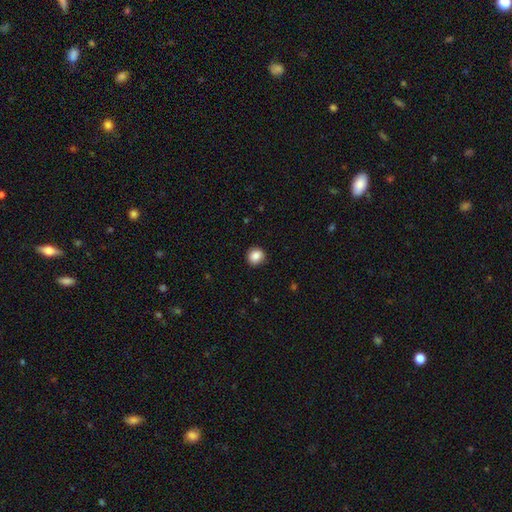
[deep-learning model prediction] The model was most divided on "how rounded": round: 86%, in between: 13%, cigar-shaped: 1%. More confident: merging — none (89%); smooth or featured — smooth (87%).